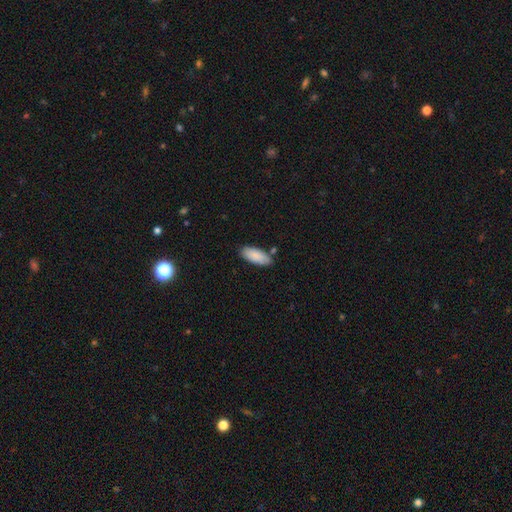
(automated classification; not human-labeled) smooth-or-featured: smooth: 88% | featured or disk: 6% | star or artifact: 6%
  how-rounded: in between: 83% | cigar-shaped: 16% | round: 2%
  merging: none: 78% | minor disturbance: 14% | merger: 5% | major disturbance: 3%